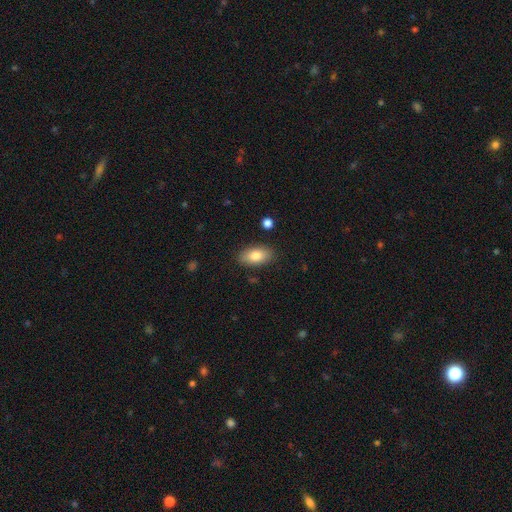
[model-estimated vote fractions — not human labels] smooth 81%, featured or disk 12%, star or artifact 7%. Down the decision tree: how rounded — in between (92%); merging — none (86%).